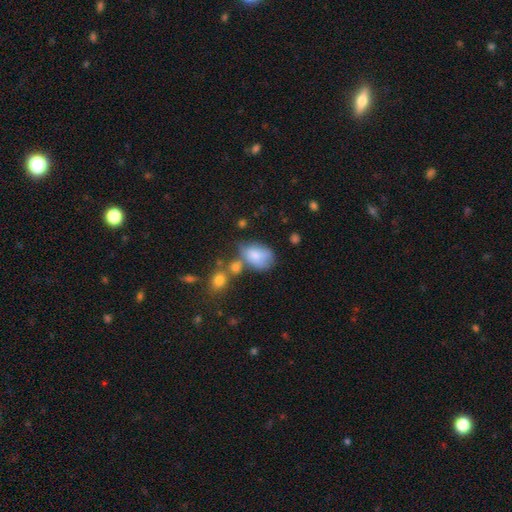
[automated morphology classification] smooth-or-featured: smooth: 73% | featured or disk: 18% | star or artifact: 9%
  how-rounded: in between: 77% | round: 22% | cigar-shaped: 1%
  merging: none: 33% | minor disturbance: 27% | merger: 23% | major disturbance: 17%